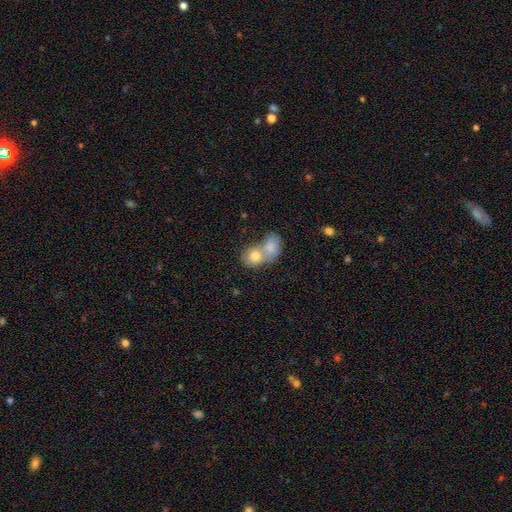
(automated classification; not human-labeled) This is likely a smooth galaxy (77%). How rounded: possibly round (58%). Merging: likely merger (71%).